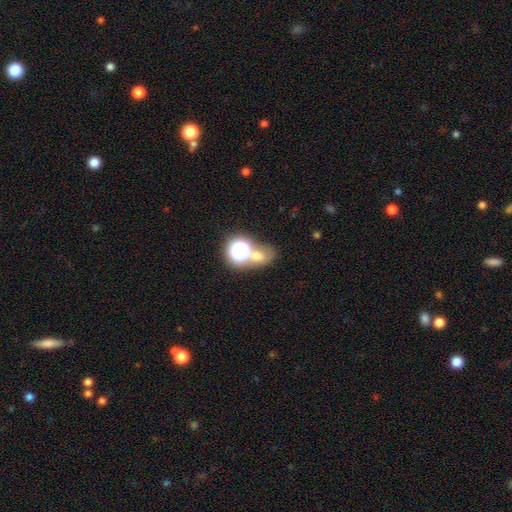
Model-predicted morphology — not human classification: Overall: smooth (54%; star or artifact 31%). How rounded: round (54%; in between 44%). Merging: none (46%; merger 36%).